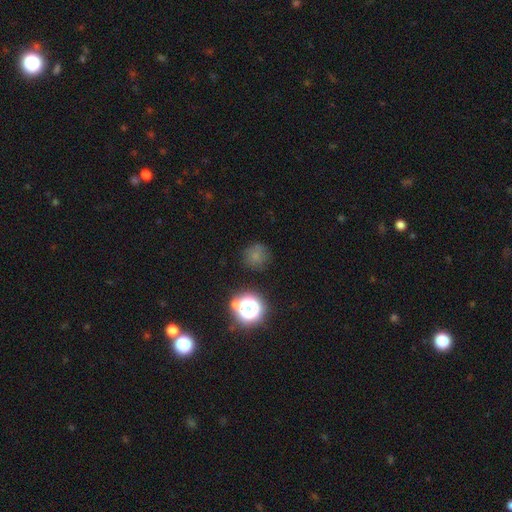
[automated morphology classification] This appears to be a smooth galaxy with no disk features (65%) that is round (92%). Merging: none (78%).